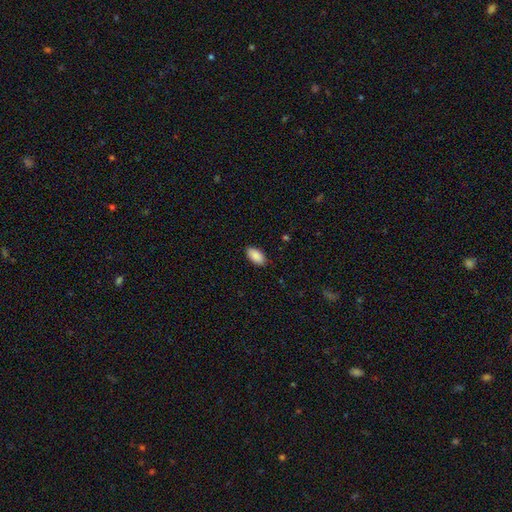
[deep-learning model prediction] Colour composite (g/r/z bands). It shows a smooth galaxy with no disk features (90%) that is in between round and cigar-shaped (95%). Merging: none (89%).